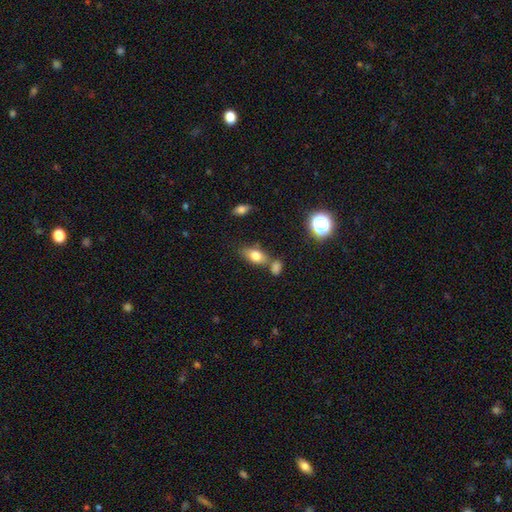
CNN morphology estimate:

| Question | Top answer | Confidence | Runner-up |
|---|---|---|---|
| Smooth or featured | smooth | 76% | featured or disk (14%) |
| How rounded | in between | 83% | round (10%) |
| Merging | none | 56% | merger (26%) |